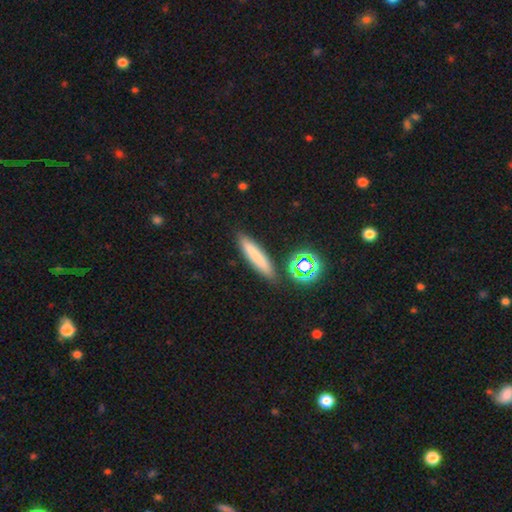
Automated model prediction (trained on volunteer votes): Morphology: type=smooth (74%); roundness=cigar-shaped (87%); merging=none (87%).